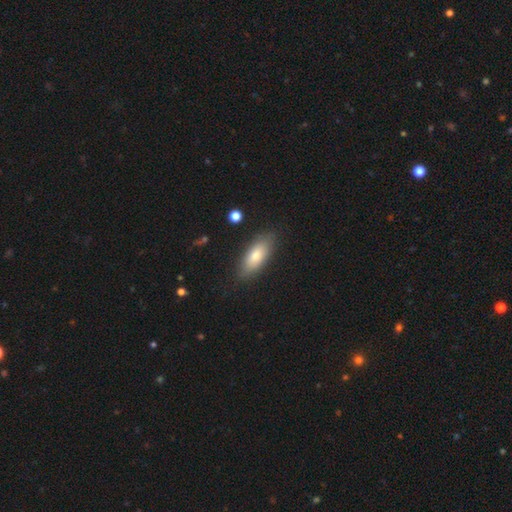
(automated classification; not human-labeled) Overall: smooth (73%). How rounded: in between (74%). Merging: none (85%).